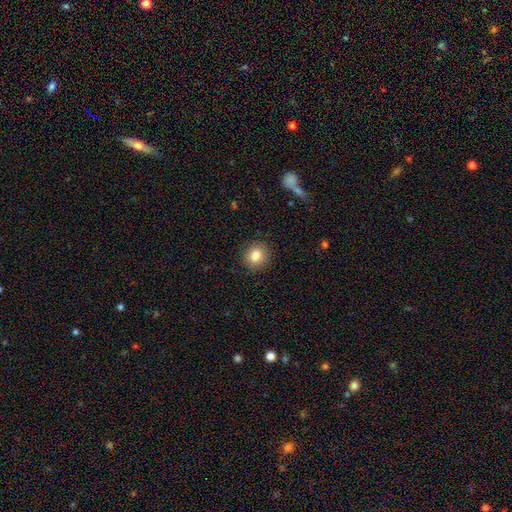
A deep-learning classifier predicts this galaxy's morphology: This appears to be a smooth galaxy with no disk features (84%) that is round (84%). Merging: none (91%).